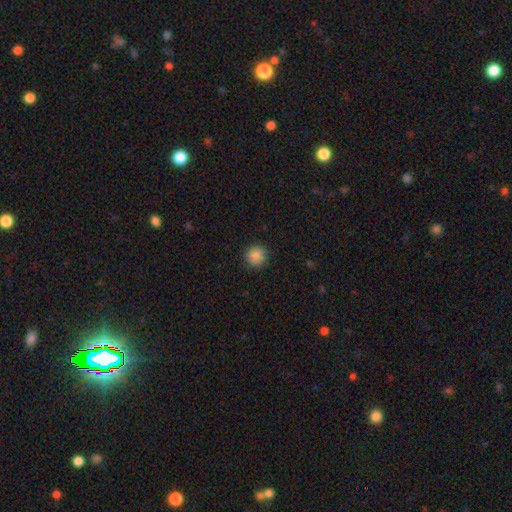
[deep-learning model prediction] Smooth or featured? Predicted: smooth (p=0.87). How rounded? Predicted: round (p=0.92). Merging? Predicted: none (p=0.89).